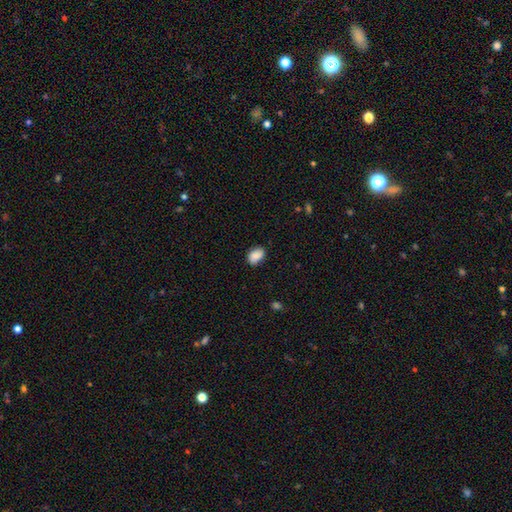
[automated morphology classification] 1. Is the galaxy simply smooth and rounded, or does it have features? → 82% smooth, 10% featured or disk, 8% star or artifact.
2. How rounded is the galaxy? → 82% in between, 16% round, 1% cigar-shaped.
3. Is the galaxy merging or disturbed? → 76% none, 19% minor disturbance, 4% major disturbance, 2% merger.